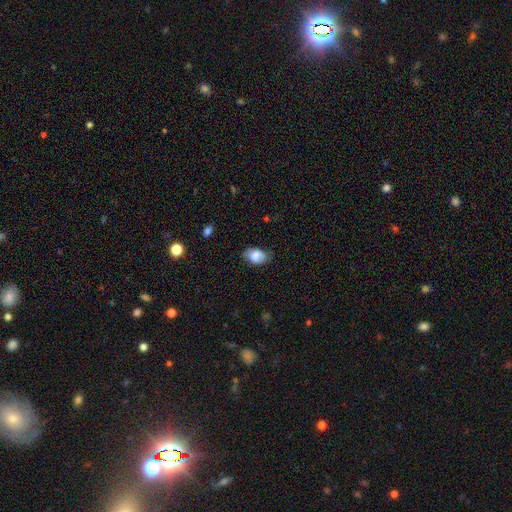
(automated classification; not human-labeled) A smooth galaxy with no disk features (72%) that is in between round and cigar-shaped (85%).

Vote fractions:
- Smooth or featured? smooth: 72% / featured or disk: 20% / star or artifact: 8%
- How rounded? in between: 85% / round: 14% / cigar-shaped: 1%
- Merging? none: 68% / minor disturbance: 24% / major disturbance: 7% / merger: 1%